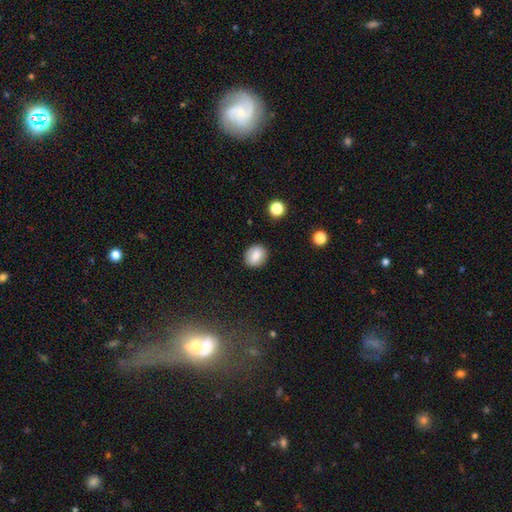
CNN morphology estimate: Smooth or featured?
  - smooth: 80% *
  - featured or disk: 11%
  - star or artifact: 9%
How rounded?
  - round: 66% *
  - in between: 33%
  - cigar-shaped: 1%
Merging?
  - none: 88% *
  - minor disturbance: 8%
  - major disturbance: 2%
  - merger: 1%